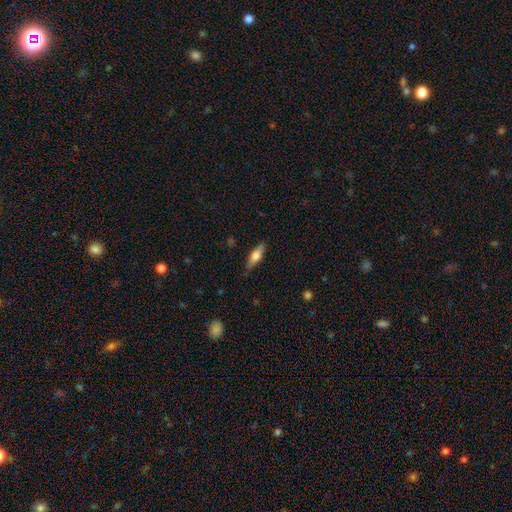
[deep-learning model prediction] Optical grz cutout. It shows a smooth galaxy with no disk features (59%) that is cigar-shaped (52%). Merging: none (79%).